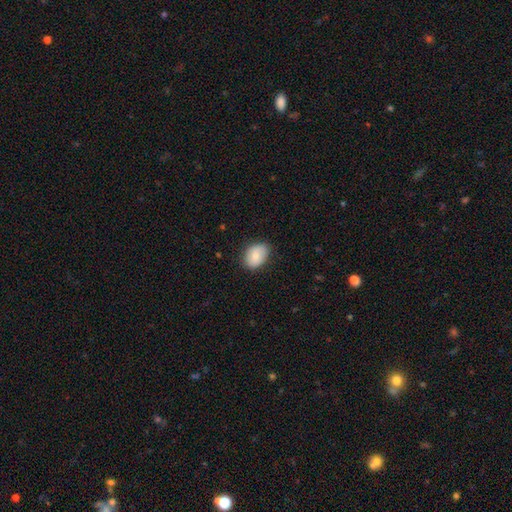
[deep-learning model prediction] A smooth galaxy with no disk features (78%) that is in between round and cigar-shaped (74%).

Vote fractions:
- Smooth or featured? smooth: 78% / featured or disk: 15% / star or artifact: 7%
- How rounded? in between: 74% / round: 25% / cigar-shaped: 1%
- Merging? none: 81% / minor disturbance: 16% / major disturbance: 3% / merger: 1%